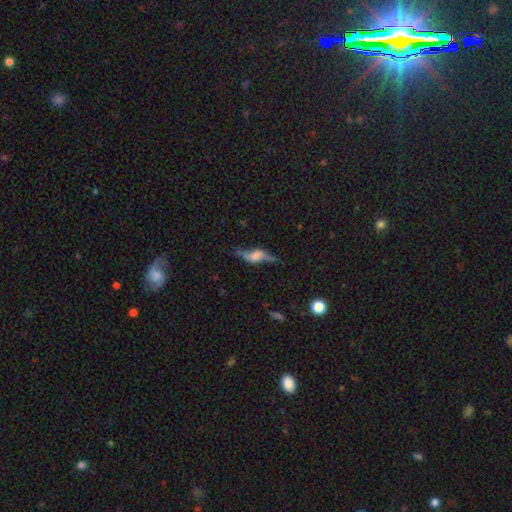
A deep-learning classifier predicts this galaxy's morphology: type=featured or disk (71%); edge-on=yes (67%); merging=none (66%).